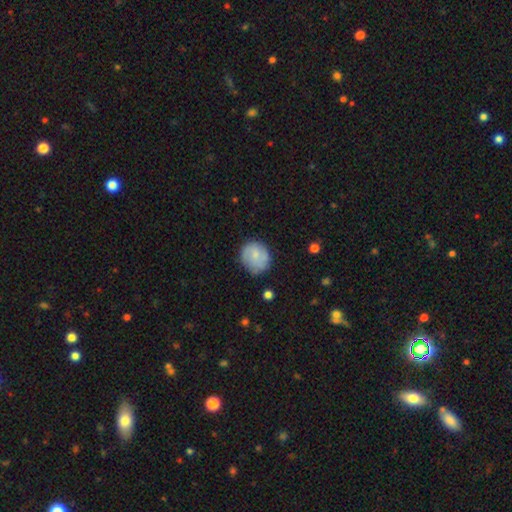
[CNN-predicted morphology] Smooth or featured? Predicted: smooth (p=0.60). How rounded? Predicted: round (p=0.79). Merging? Predicted: none (p=0.71).